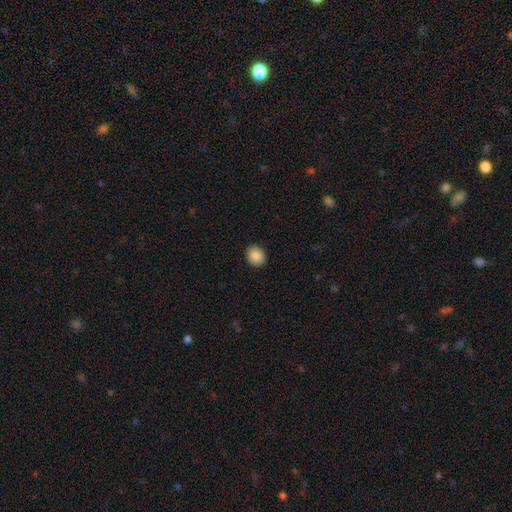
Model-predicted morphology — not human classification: A smooth galaxy with no disk features (88%) that is round (63%).

Vote fractions:
- Smooth or featured? smooth: 88% / star or artifact: 8% / featured or disk: 4%
- How rounded? round: 63% / in between: 36% / cigar-shaped: 1%
- Merging? none: 91% / minor disturbance: 7% / major disturbance: 2% / merger: 1%